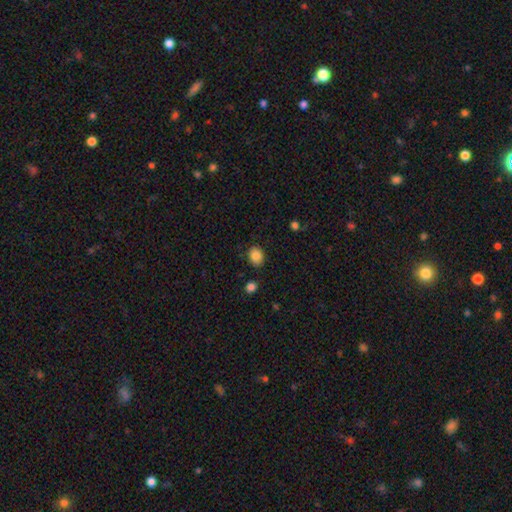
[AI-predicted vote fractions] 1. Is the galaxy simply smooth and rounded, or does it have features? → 86% smooth, 9% star or artifact, 4% featured or disk.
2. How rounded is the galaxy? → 51% round, 48% in between, 1% cigar-shaped.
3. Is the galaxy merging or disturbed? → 83% none, 11% minor disturbance, 3% major disturbance, 3% merger.